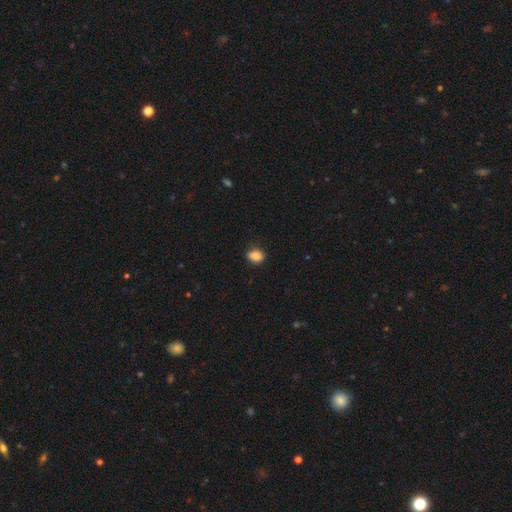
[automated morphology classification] Q: Smooth or featured?
A: smooth (85%); runner-up: star or artifact (10%)
Q: How rounded?
A: in between (52%); runner-up: round (47%)
Q: Merging?
A: none (79%); runner-up: minor disturbance (17%)